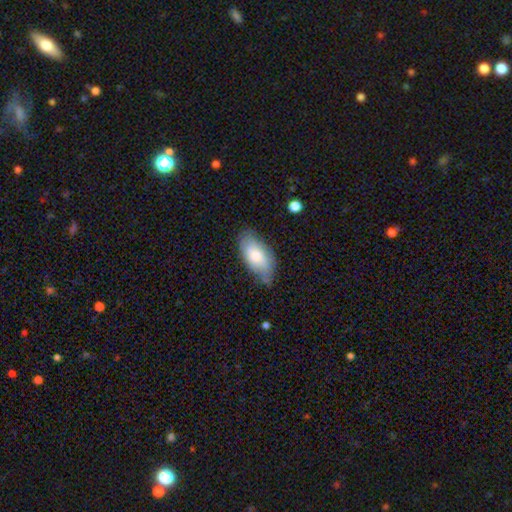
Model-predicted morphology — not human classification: This appears to be a smooth galaxy with no disk features (73%) that is in between round and cigar-shaped (92%). Merging: none (66%).